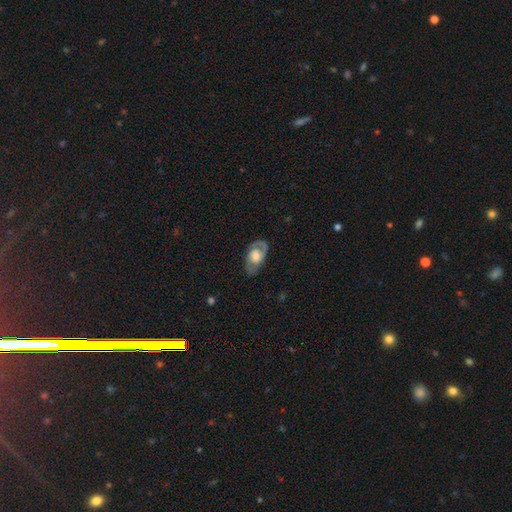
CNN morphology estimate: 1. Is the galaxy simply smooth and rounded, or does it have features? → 68% featured or disk, 26% smooth, 6% star or artifact.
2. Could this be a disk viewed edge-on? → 92% no, 8% yes.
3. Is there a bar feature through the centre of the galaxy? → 64% no, 29% weak, 7% strong.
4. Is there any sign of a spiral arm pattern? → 73% yes, 27% no.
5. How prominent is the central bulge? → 47% large, 35% moderate, 10% small, 5% none, 4% dominant.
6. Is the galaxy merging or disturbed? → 78% none, 15% minor disturbance, 6% major disturbance, 1% merger.